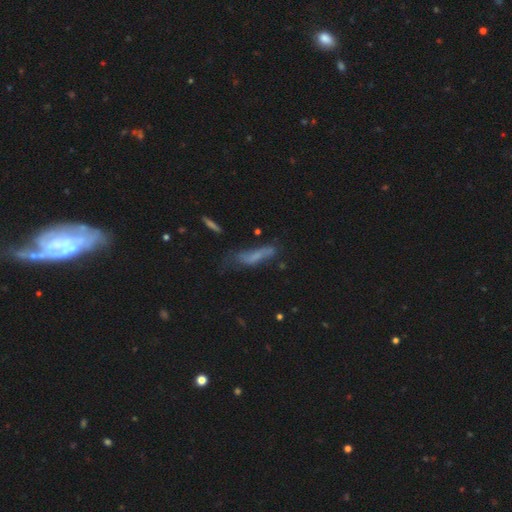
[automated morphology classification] smooth-or-featured: smooth: 55% | featured or disk: 32% | star or artifact: 14%
  how-rounded: cigar-shaped: 67% | in between: 30% | round: 3%
  merging: none: 41% | minor disturbance: 29% | major disturbance: 22% | merger: 8%